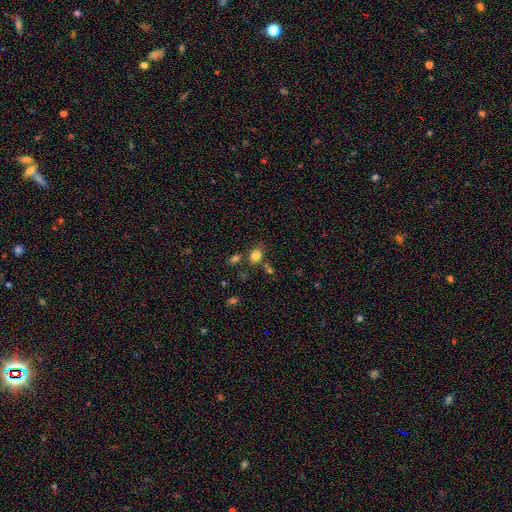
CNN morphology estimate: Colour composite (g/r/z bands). It shows a smooth galaxy with no disk features (81%) that is round (51%). Merging: none (68%).